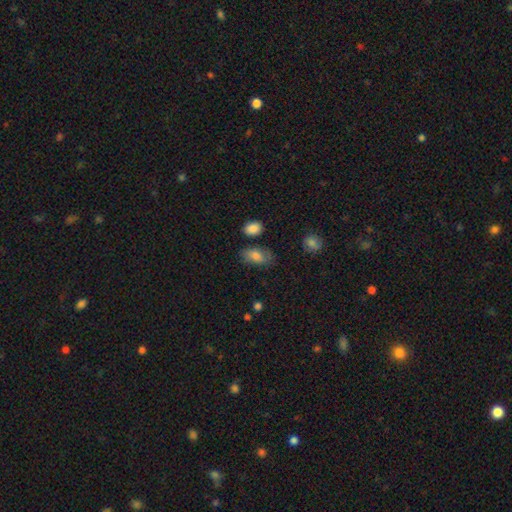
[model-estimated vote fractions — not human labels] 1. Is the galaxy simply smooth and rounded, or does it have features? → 81% smooth, 11% featured or disk, 8% star or artifact.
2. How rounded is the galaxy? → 92% in between, 5% round, 3% cigar-shaped.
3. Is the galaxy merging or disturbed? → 72% none, 19% minor disturbance, 5% major disturbance, 5% merger.